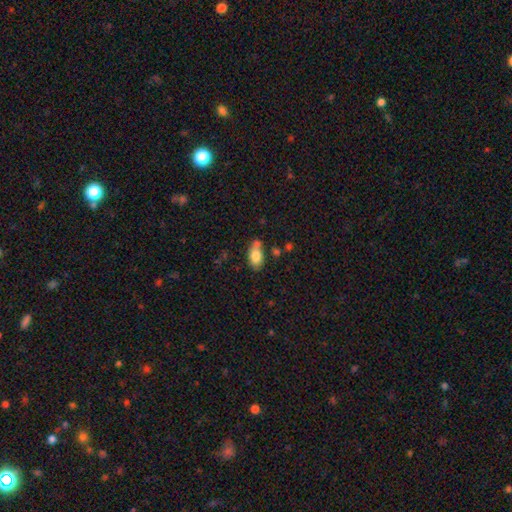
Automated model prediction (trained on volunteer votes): Smooth or featured: smooth — 82% (featured or disk — 10%)
How rounded: in between — 90% (round — 6%)
Merging: none — 55% (merger — 23%)